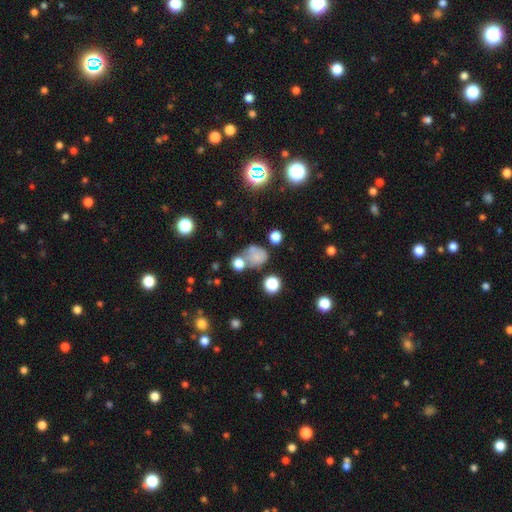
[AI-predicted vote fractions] This is likely a smooth galaxy (70%). How rounded: likely round (60%). Merging: marginally none (45%).